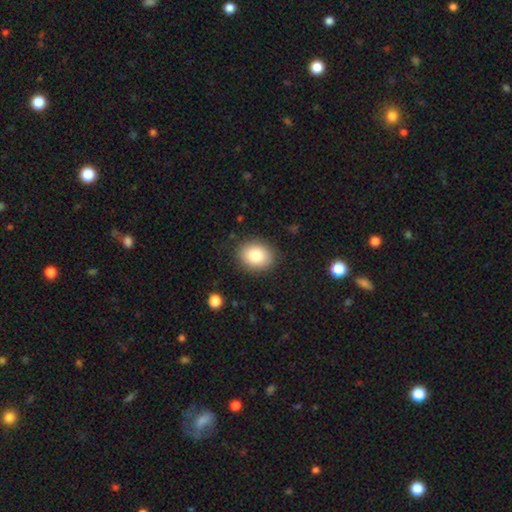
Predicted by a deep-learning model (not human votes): This is clearly a smooth galaxy (83%). How rounded: possibly in between (54%). Merging: clearly none (87%).